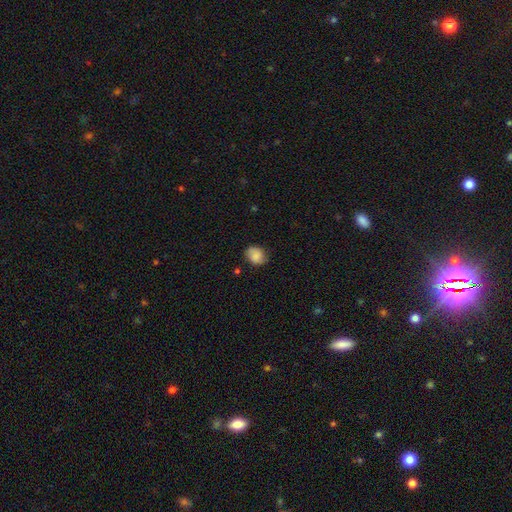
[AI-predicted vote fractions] This appears to be a smooth galaxy with no disk features (74%) that is round (55%). Merging: none (70%).